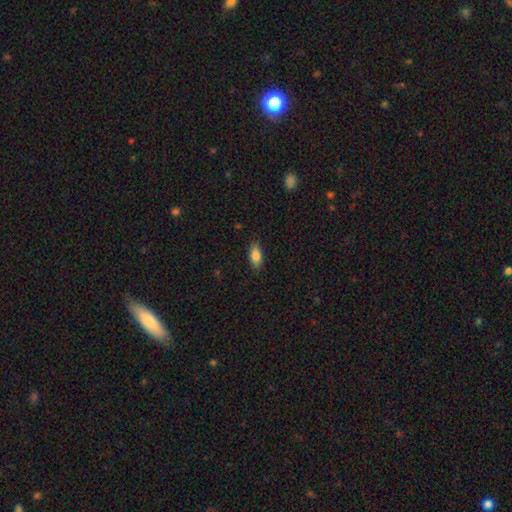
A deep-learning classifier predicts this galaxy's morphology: Smooth or featured?
  - smooth: 83% *
  - featured or disk: 10%
  - star or artifact: 7%
How rounded?
  - in between: 85% *
  - cigar-shaped: 12%
  - round: 3%
Merging?
  - none: 85% *
  - minor disturbance: 12%
  - major disturbance: 2%
  - merger: 1%